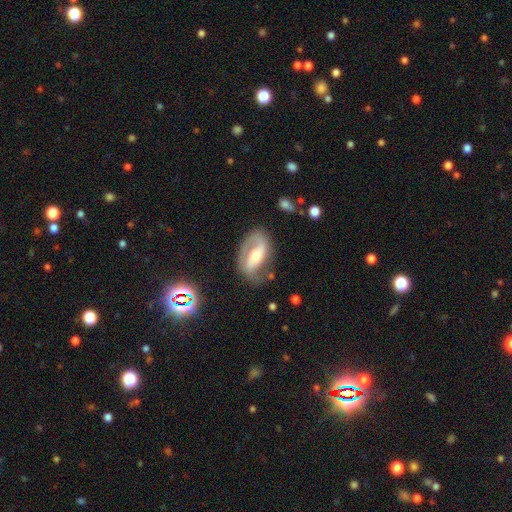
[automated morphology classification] smooth_or_featured: featured or disk (p=0.82) [alt: smooth p=0.12]
disk_edge_on: no (p=0.96) [alt: yes p=0.04]
bar: strong (p=0.43) [alt: weak p=0.34]
has_spiral_arms: yes (p=0.91) [alt: no p=0.09]
spiral_winding: medium (p=0.45) [alt: loose p=0.30]
spiral_arm_count: 2 (p=0.77) [alt: 1 p=0.15]
bulge_size: moderate (p=0.55) [alt: small p=0.32]
merging: none (p=0.70) [alt: minor disturbance p=0.18]